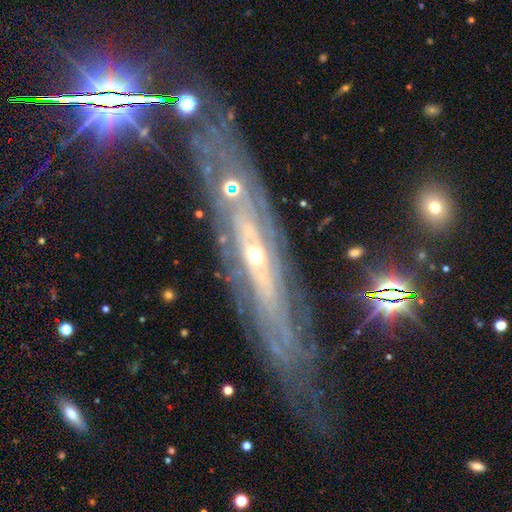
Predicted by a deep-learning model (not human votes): smooth-or-featured: featured or disk: 78% | star or artifact: 12% | smooth: 10%
  disk-edge-on: yes: 56% | no: 44%
  merging: none: 73% | minor disturbance: 17% | major disturbance: 6% | merger: 3%